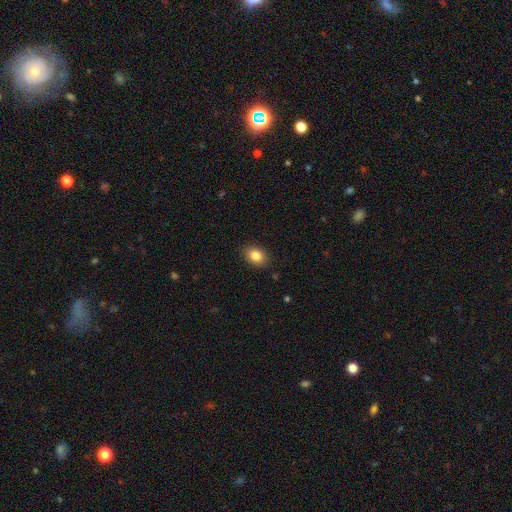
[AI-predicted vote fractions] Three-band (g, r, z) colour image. It shows a smooth galaxy with no disk features (85%) that is in between round and cigar-shaped (67%). Merging: none (87%).